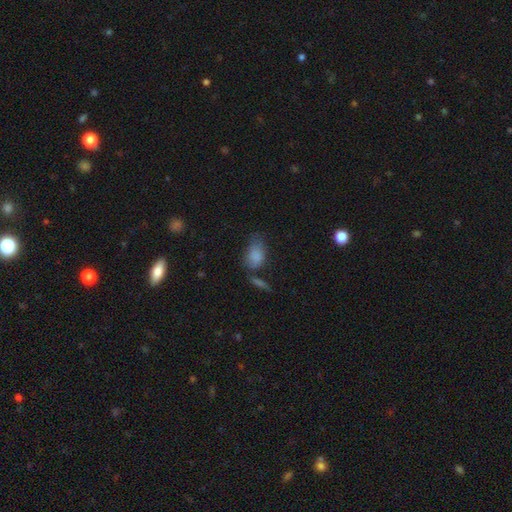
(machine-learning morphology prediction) Overall: smooth (82%). How rounded: in between (84%). Merging: none (42%; minor disturbance 29%).